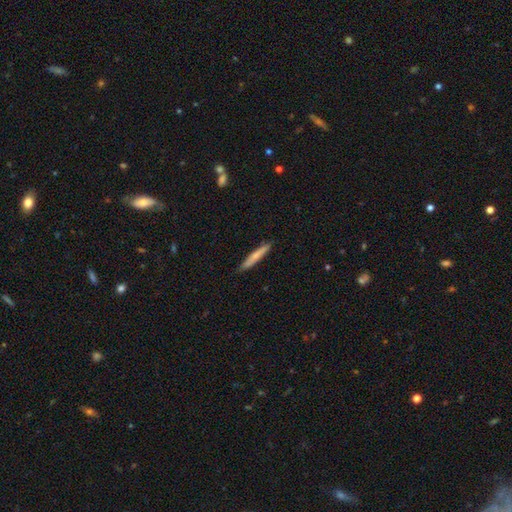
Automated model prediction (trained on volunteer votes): smooth-or-featured: smooth: 64% | featured or disk: 31% | star or artifact: 6%
  how-rounded: cigar-shaped: 93% | in between: 5% | round: 1%
  merging: none: 87% | minor disturbance: 10% | major disturbance: 2% | merger: 1%